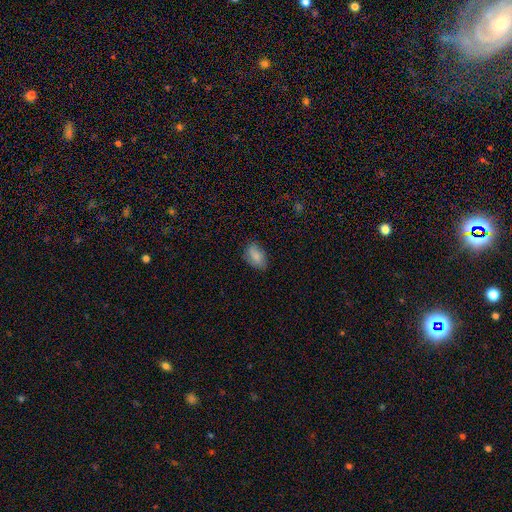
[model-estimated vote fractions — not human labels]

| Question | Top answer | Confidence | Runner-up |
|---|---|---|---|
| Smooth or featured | smooth | 84% | featured or disk (9%) |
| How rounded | in between | 90% | round (7%) |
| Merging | none | 76% | minor disturbance (19%) |